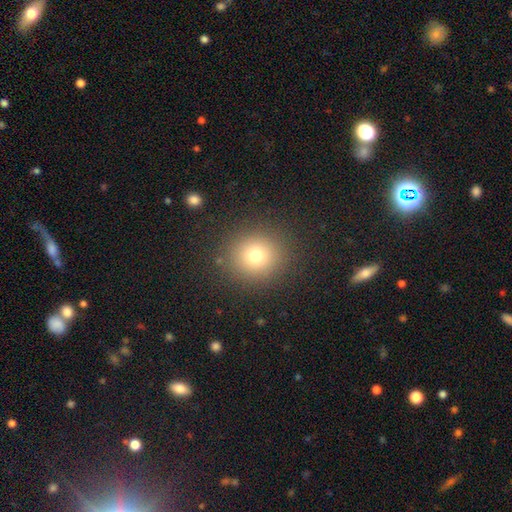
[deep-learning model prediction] Morphology: type=smooth (77%); roundness=round (88%); merging=none (89%).